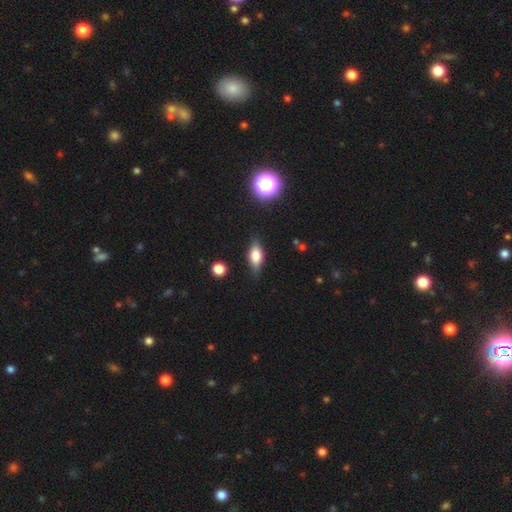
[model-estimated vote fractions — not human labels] Smooth or featured? Predicted: smooth (p=0.59). How rounded? Predicted: in between (p=0.76). Merging? Predicted: none (p=0.79).